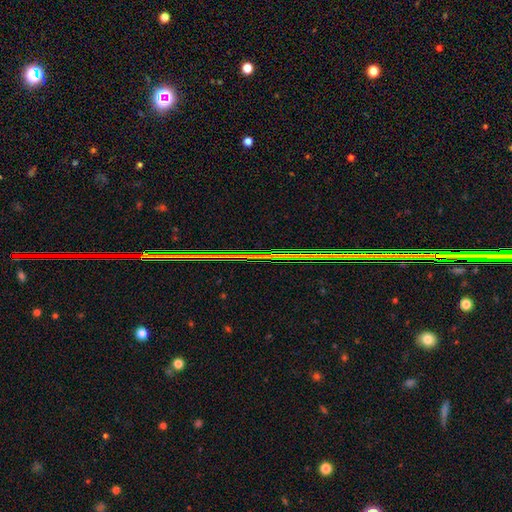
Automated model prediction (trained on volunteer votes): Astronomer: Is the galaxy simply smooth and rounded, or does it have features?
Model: star or artifact — 84%.